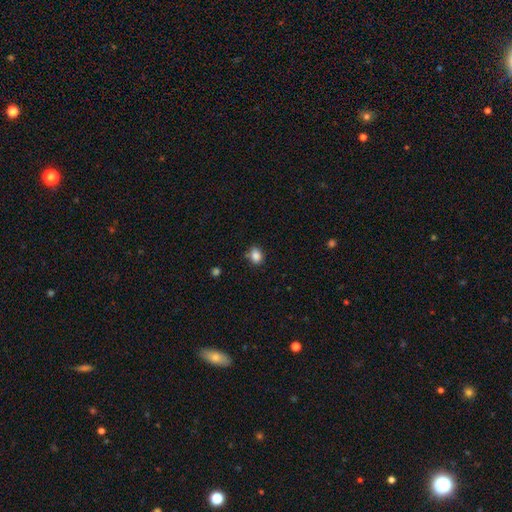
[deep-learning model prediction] A smooth galaxy with no disk features (85%) that is in between round and cigar-shaped (54%). Merging: none (73%).